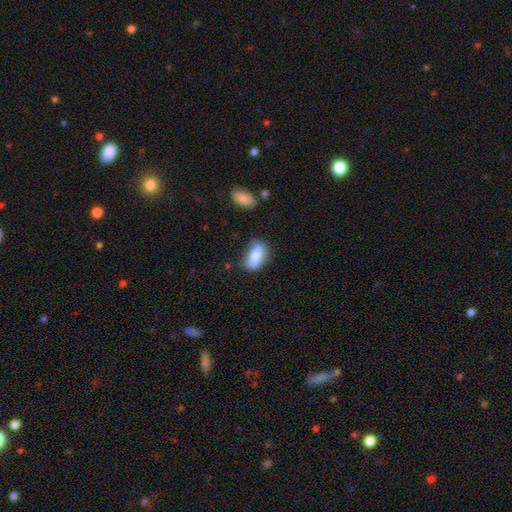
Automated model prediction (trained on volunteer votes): smooth 66%, featured or disk 26%, star or artifact 8%. Down the decision tree: how rounded — in between (78%); merging — none (59%).